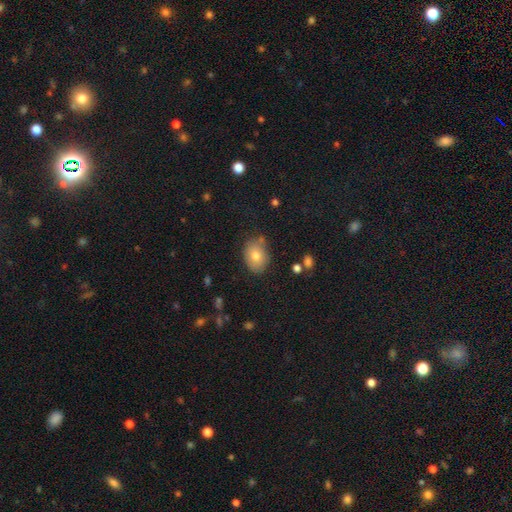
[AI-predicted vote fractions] Smooth or featured: smooth — 76% (featured or disk — 13%)
How rounded: in between — 71% (round — 28%)
Merging: none — 78% (minor disturbance — 15%)